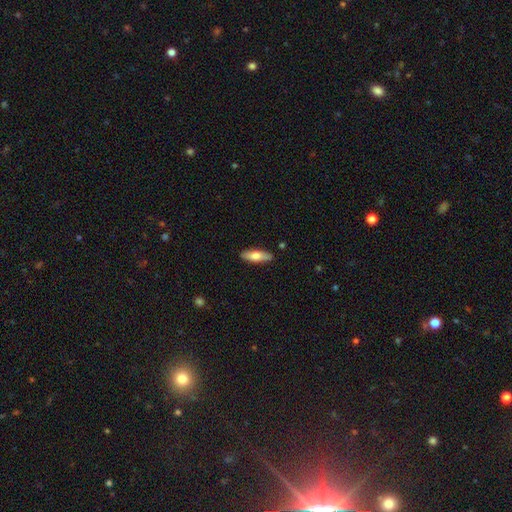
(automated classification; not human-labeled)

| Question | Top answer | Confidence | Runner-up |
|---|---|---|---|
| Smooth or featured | smooth | 66% | featured or disk (28%) |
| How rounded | cigar-shaped | 50% | in between (48%) |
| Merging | none | 88% | minor disturbance (9%) |